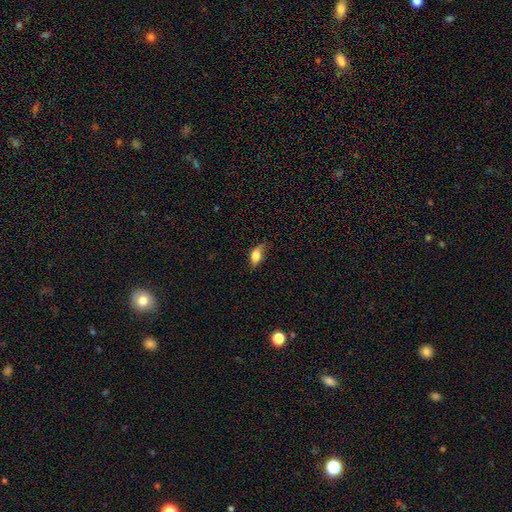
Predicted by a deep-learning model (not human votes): Smooth or featured? smooth (73%)
How rounded? in between (81%)
Merging? none (65%)